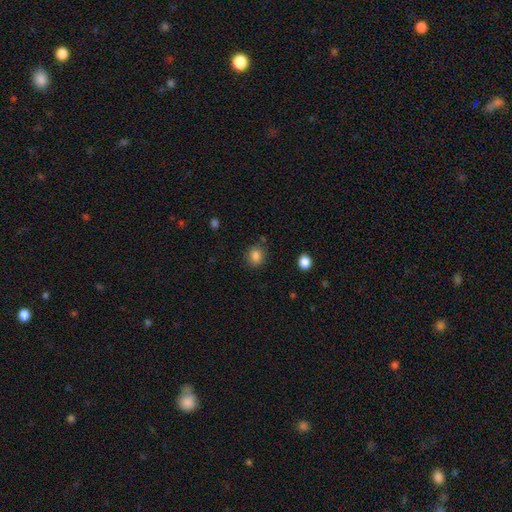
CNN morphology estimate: type=smooth (84%); roundness=round (67%); merging=none (81%).